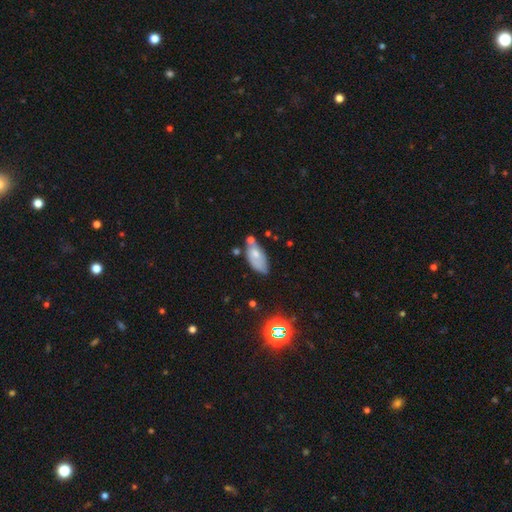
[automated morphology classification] A smooth galaxy with no disk features (65%) that is in between round and cigar-shaped (90%).

Vote fractions:
- Smooth or featured? smooth: 65% / featured or disk: 27% / star or artifact: 9%
- How rounded? in between: 90% / cigar-shaped: 7% / round: 3%
- Merging? none: 41% / minor disturbance: 31% / merger: 17% / major disturbance: 10%